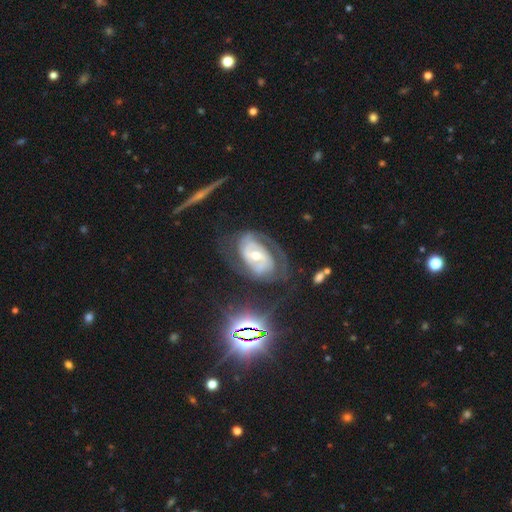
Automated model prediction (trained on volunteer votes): The model was most divided on "bar": no: 42%, weak: 37%, strong: 21%. Remaining: edge-on disk — no (96%); spiral arms — yes (91%); smooth or featured — featured or disk (83%); spiral arm count — 2 (65%); merging — none (59%); bulge size — moderate (59%); spiral winding — tight (50%).